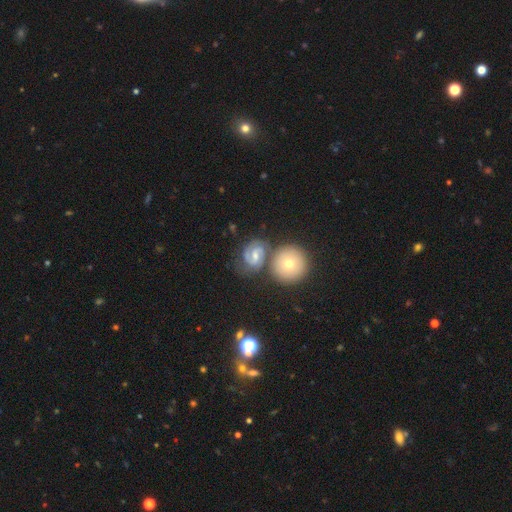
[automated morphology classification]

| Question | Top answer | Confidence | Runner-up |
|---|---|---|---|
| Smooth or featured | featured or disk | 59% | smooth (25%) |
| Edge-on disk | no | 95% | yes (5%) |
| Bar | no | 50% | weak (37%) |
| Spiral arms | yes | 84% | no (16%) |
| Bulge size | moderate | 51% | small (41%) |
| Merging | none | 61% | merger (17%) |